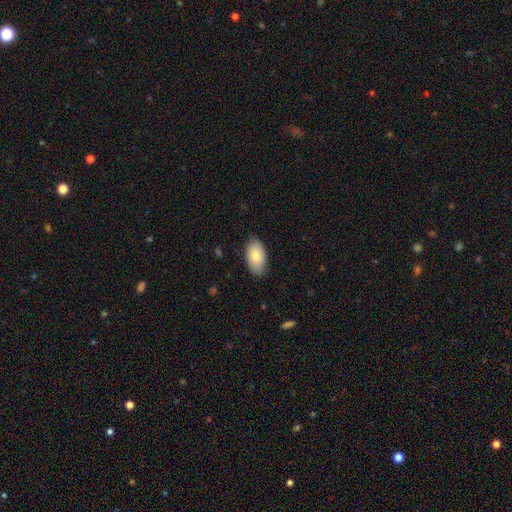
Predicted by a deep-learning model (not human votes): Smooth or featured? Predicted: smooth (p=0.82). How rounded? Predicted: in between (p=0.95). Merging? Predicted: none (p=0.86).